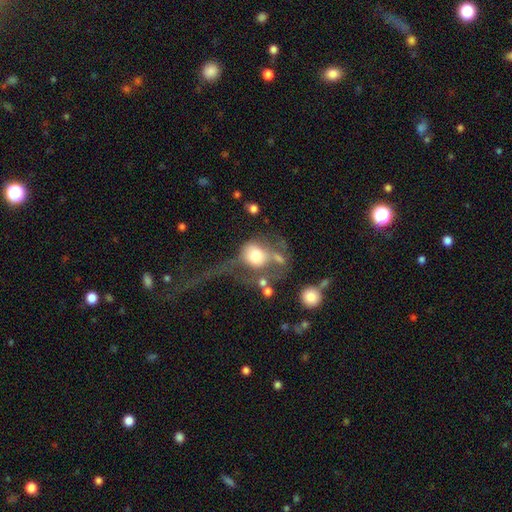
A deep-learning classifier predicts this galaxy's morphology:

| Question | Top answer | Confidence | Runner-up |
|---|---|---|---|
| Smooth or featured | smooth | 58% | featured or disk (32%) |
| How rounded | round | 62% | in between (36%) |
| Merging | major disturbance | 53% | merger (22%) |